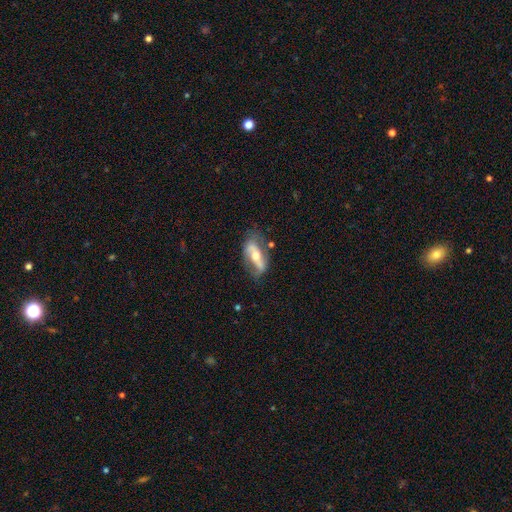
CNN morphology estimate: A featured or disk galaxy (68%) with a strong bar (44%), spiral arms (65%) and a moderate central bulge (70%). Merging: none (60%).